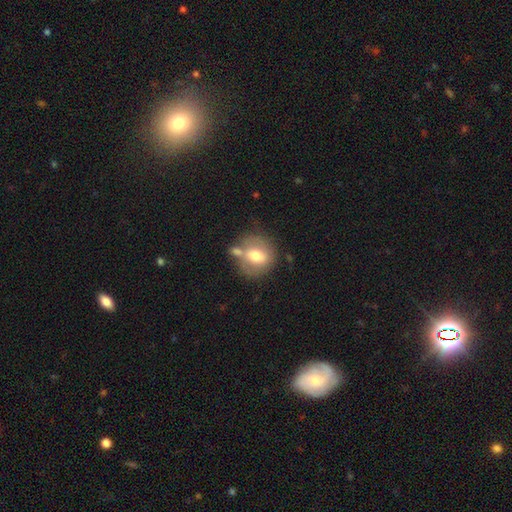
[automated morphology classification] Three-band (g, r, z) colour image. It shows a smooth galaxy with no disk features (58%) that is round (75%). Merging: none (53%).